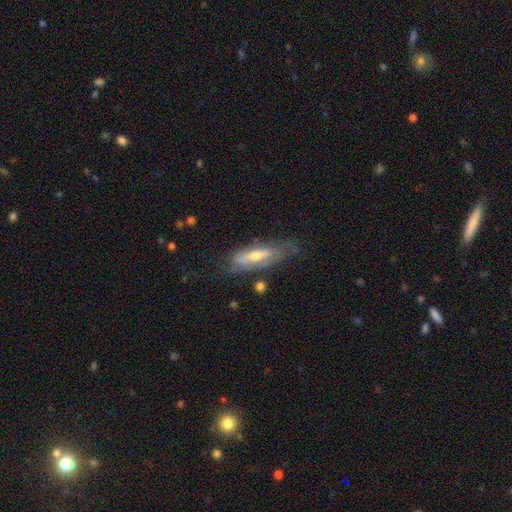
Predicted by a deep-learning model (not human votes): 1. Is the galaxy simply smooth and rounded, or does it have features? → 64% featured or disk, 30% smooth, 7% star or artifact.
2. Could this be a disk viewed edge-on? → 62% no, 38% yes.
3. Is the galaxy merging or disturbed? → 58% none, 26% minor disturbance, 12% major disturbance, 3% merger.